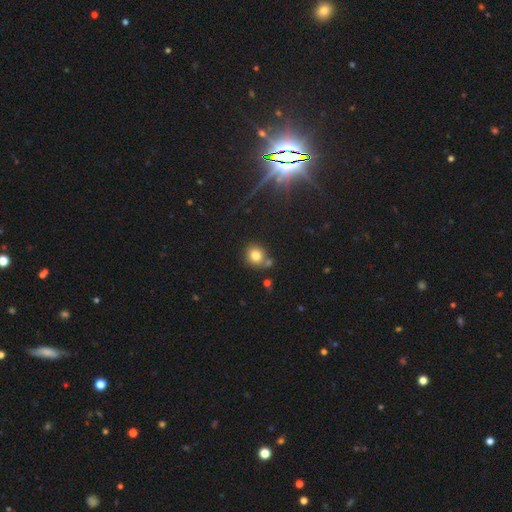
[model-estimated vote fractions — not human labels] Smooth or featured?
  - smooth: 79% *
  - star or artifact: 12%
  - featured or disk: 9%
How rounded?
  - round: 84% *
  - in between: 15%
  - cigar-shaped: 1%
Merging?
  - none: 67% *
  - merger: 18%
  - minor disturbance: 12%
  - major disturbance: 3%